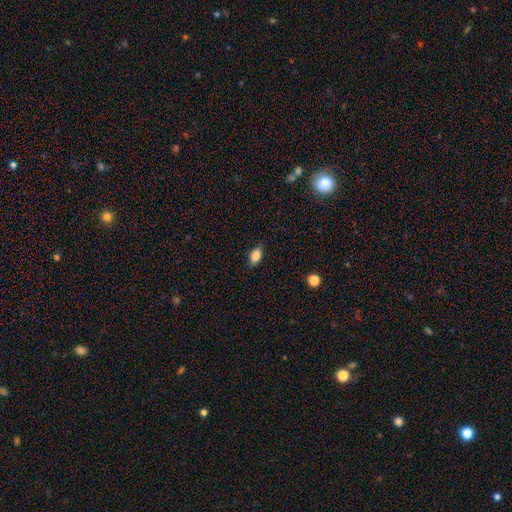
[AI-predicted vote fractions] Smooth or featured: smooth — 81% (featured or disk — 11%)
How rounded: in between — 88% (cigar-shaped — 7%)
Merging: none — 87% (minor disturbance — 10%)